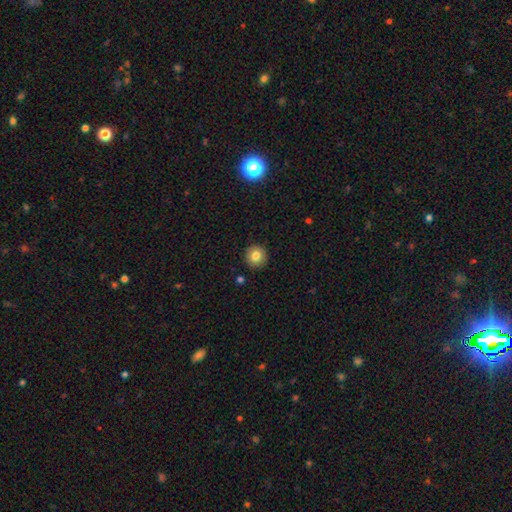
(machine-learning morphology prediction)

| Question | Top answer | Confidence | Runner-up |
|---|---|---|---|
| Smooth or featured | smooth | 82% | star or artifact (10%) |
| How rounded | round | 94% | in between (5%) |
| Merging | none | 91% | minor disturbance (6%) |